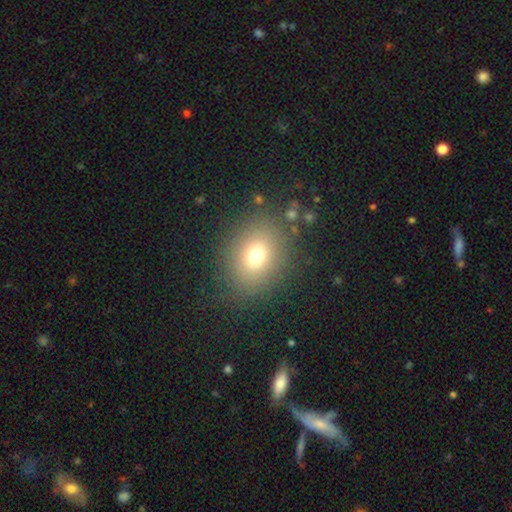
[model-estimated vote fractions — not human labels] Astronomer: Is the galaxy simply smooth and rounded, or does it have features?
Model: smooth — 73%.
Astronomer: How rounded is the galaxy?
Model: in between — 50% (runner-up: round, 49%).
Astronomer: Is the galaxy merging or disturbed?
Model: none — 83%.